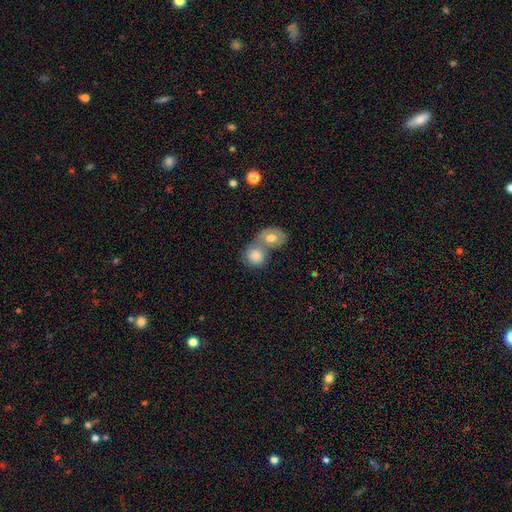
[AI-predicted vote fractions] This appears to be a smooth galaxy with no disk features (75%) that is round (67%). Merging: merger (67%).